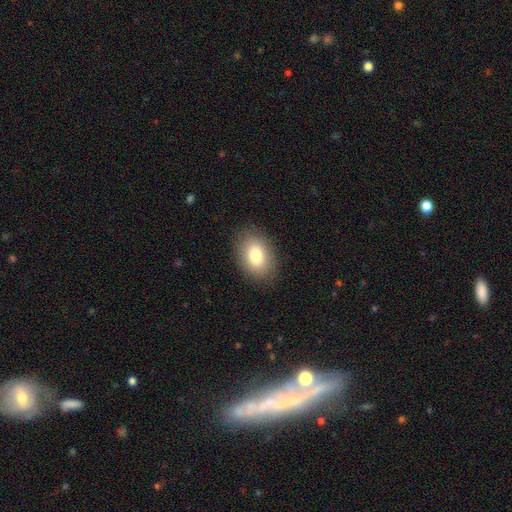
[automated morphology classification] smooth 81%, featured or disk 11%, star or artifact 8%. Down the decision tree: how rounded — in between (85%); merging — none (86%).